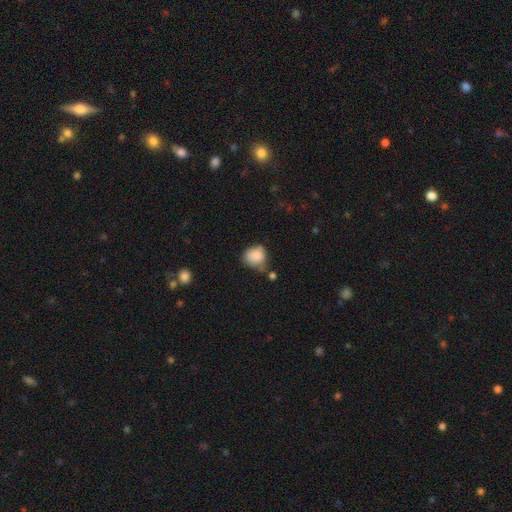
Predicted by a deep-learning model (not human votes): The model was most divided on "merging": none: 47%, minor disturbance: 33%, merger: 11%, major disturbance: 9%. More confident: smooth or featured — smooth (81%); how rounded — round (67%).